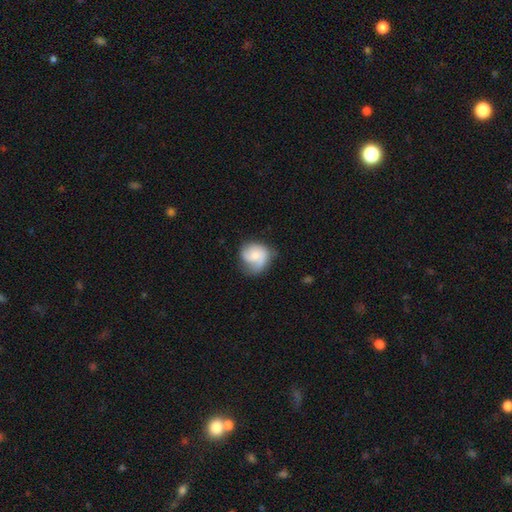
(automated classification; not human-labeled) featured or disk 48%, smooth 45%, star or artifact 7%. Down the decision tree: merging — none (57%).